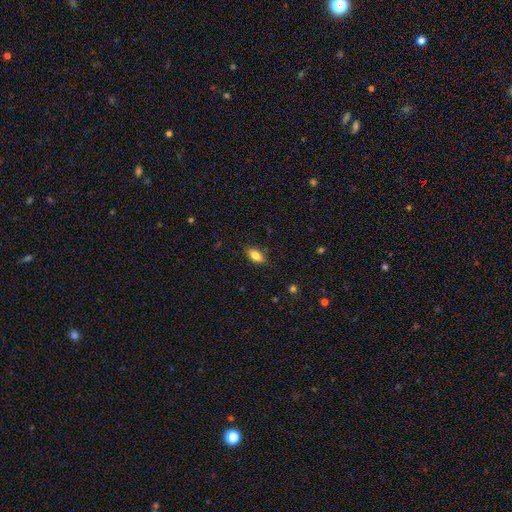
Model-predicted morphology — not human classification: The model was most divided on "merging": none: 82%, minor disturbance: 14%, major disturbance: 3%, merger: 1%. More confident: how rounded — in between (86%); smooth or featured — smooth (80%).